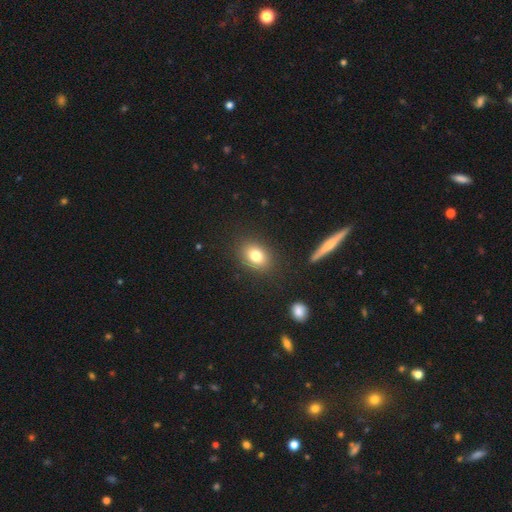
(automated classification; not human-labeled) The model was most divided on "how rounded": in between: 64%, round: 35%, cigar-shaped: 2%. More confident: merging — none (86%); smooth or featured — smooth (79%).